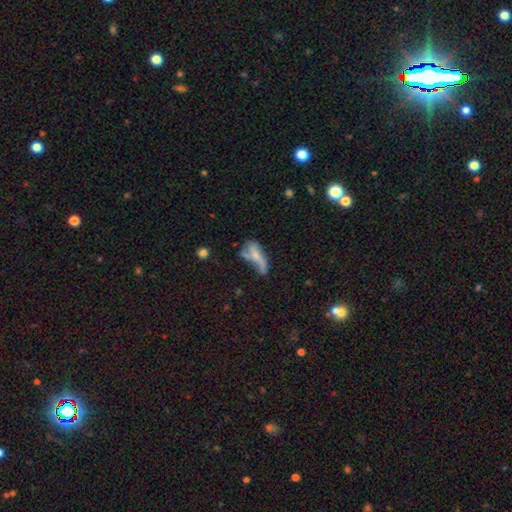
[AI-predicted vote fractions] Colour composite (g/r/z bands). It shows a smooth galaxy with no disk features (49%). Merging: major disturbance (34%).